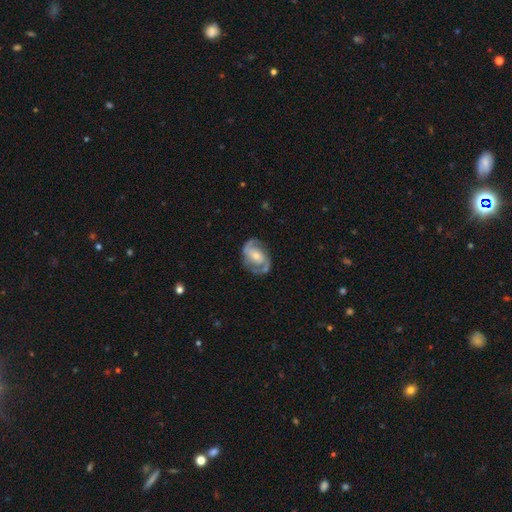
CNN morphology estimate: The model was most divided on "bulge size": moderate: 49%, small: 43%, large: 5%, none: 2%, dominant: 1%. Remaining: edge-on disk — no (97%); spiral arms — yes (92%); spiral arm count — 2 (87%); smooth or featured — featured or disk (83%); merging — none (72%); spiral winding — medium (52%); bar — no (48%).